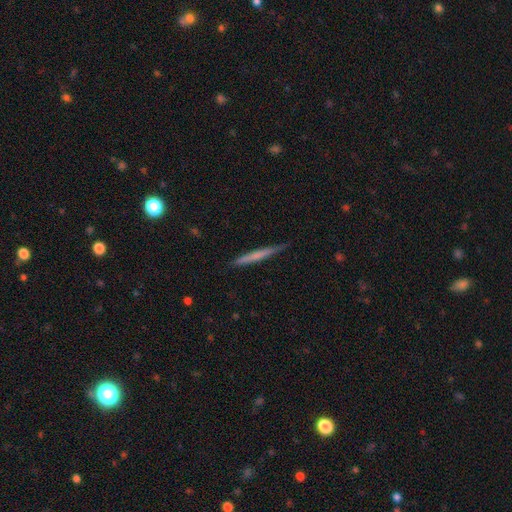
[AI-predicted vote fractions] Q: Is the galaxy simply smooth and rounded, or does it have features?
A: smooth — 58%.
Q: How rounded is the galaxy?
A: cigar-shaped — 97%.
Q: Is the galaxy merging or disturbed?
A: none — 84%.